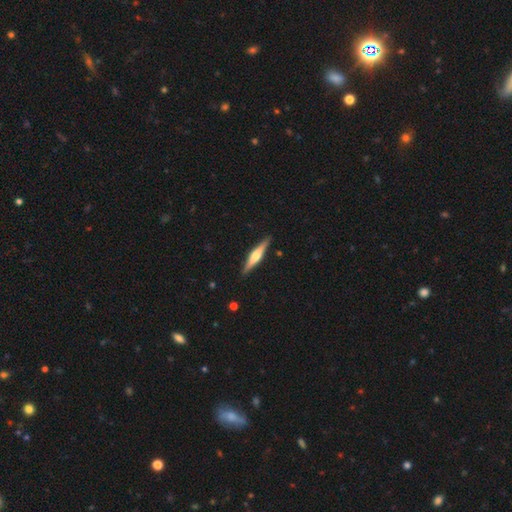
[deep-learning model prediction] Morphology: type=featured or disk (65%); edge-on=yes (97%); edge-on bulge=rounded (84%); merging=none (90%).